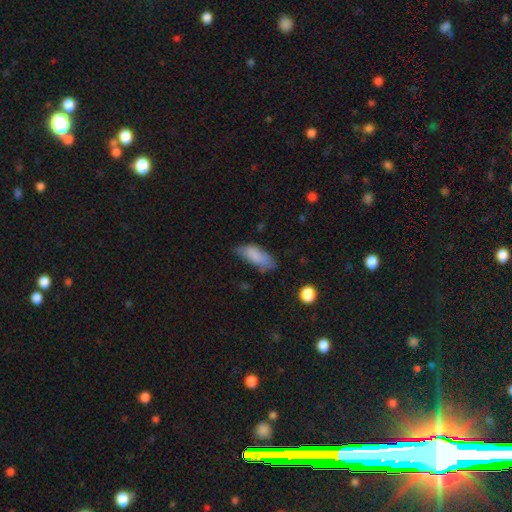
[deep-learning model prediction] smooth_or_featured: smooth (p=0.81) [alt: featured or disk p=0.12]
how_rounded: in between (p=0.80) [alt: cigar-shaped p=0.18]
merging: none (p=0.52) [alt: minor disturbance p=0.35]